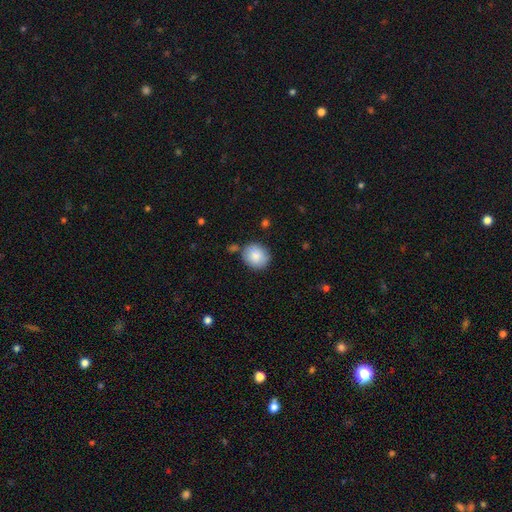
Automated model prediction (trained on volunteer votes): This appears to be a smooth galaxy with no disk features (85%) that is round (75%). Merging: none (77%).